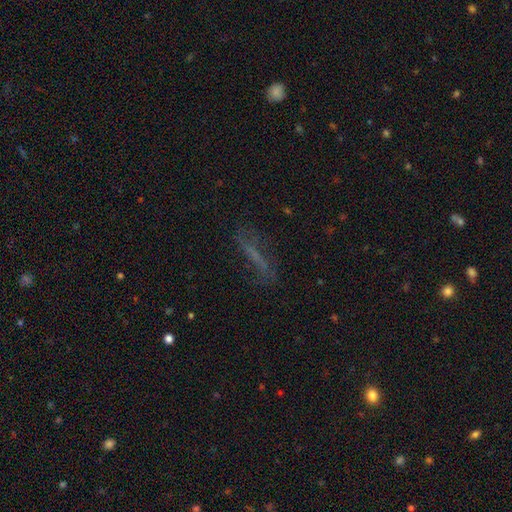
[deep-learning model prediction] Smooth or featured? Predicted: smooth (p=0.43). Merging? Predicted: none (p=0.66).